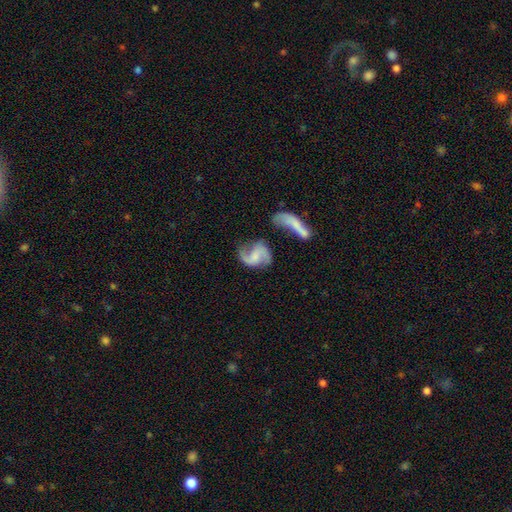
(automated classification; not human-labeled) Morphology: type=featured or disk (82%); edge-on=no (97%); bar=no (48%); spiral arms=yes (95%); winding=loose (54%); arm count=2 (89%); bulge=none (37%); merging=none (51%).